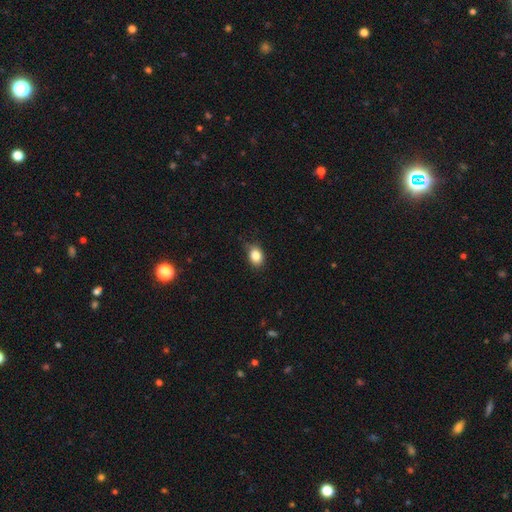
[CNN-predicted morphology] A smooth galaxy with no disk features (85%) that is in between round and cigar-shaped (65%).

Vote fractions:
- Smooth or featured? smooth: 85% / star or artifact: 9% / featured or disk: 6%
- How rounded? in between: 65% / round: 34% / cigar-shaped: 1%
- Merging? none: 77% / minor disturbance: 19% / major disturbance: 3% / merger: 1%